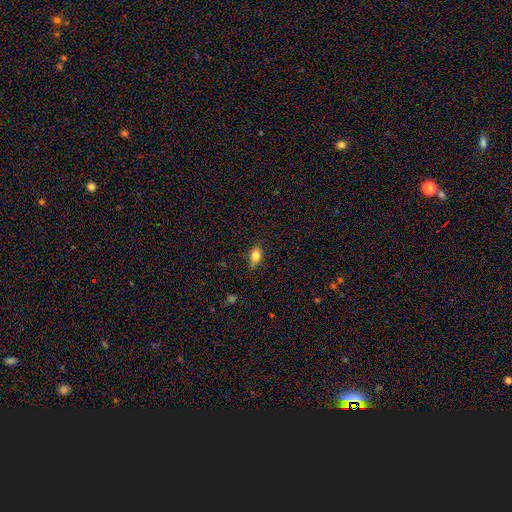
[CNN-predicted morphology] type=smooth (79%); roundness=in between (82%); merging=none (75%).